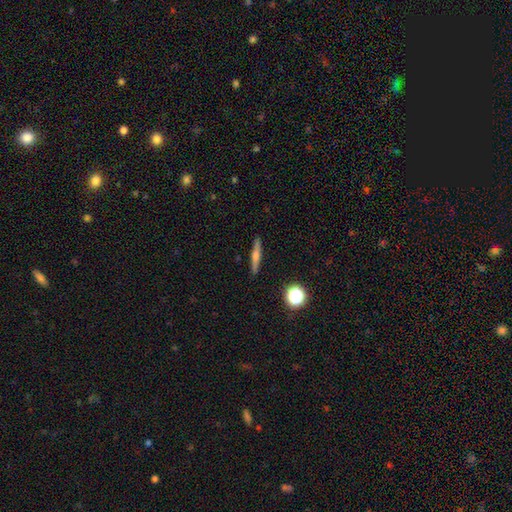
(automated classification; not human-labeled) This is possibly a featured or disk galaxy (50%). It is clearly viewed edge-on (96%). Merging: clearly none (90%).